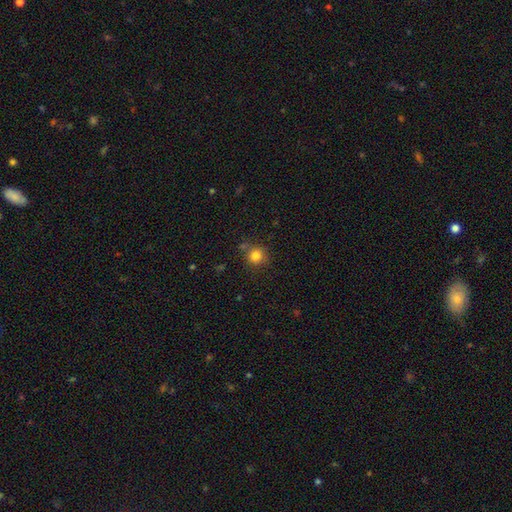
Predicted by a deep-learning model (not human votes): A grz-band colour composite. It shows a smooth galaxy with no disk features (82%) that is round (91%). Merging: none (78%).